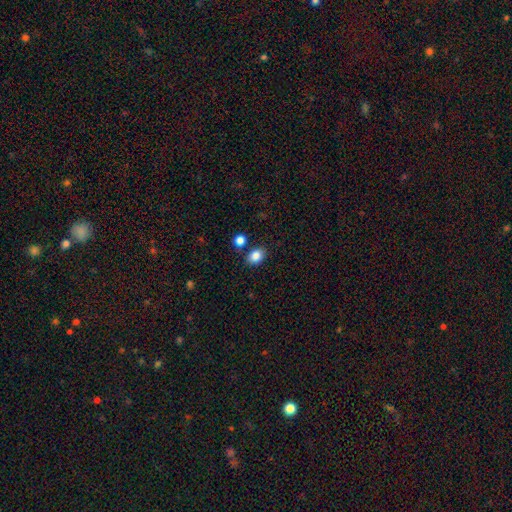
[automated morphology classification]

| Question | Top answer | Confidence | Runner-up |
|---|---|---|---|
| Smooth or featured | smooth | 86% | star or artifact (10%) |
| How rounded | in between | 62% | round (37%) |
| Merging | none | 79% | minor disturbance (10%) |